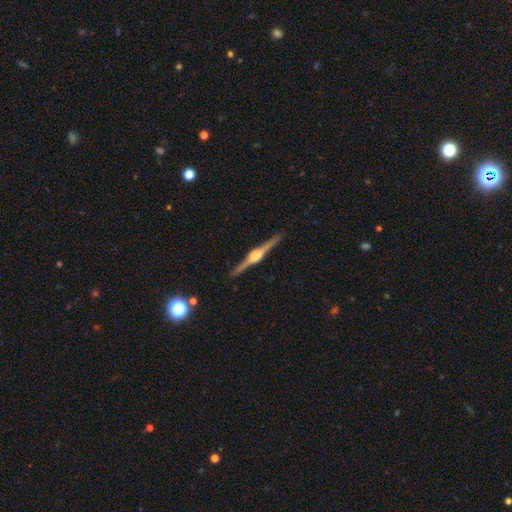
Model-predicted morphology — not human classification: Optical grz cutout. It shows a featured or disk galaxy (89%) viewed edge-on (99%) with a rounded central bulge (92%). Merging: none (92%).